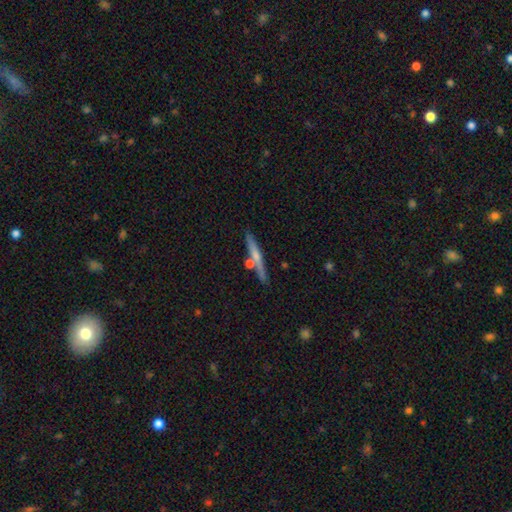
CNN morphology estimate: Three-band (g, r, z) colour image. It shows a featured or disk galaxy (55%) viewed edge-on (91%). Merging: none (78%).